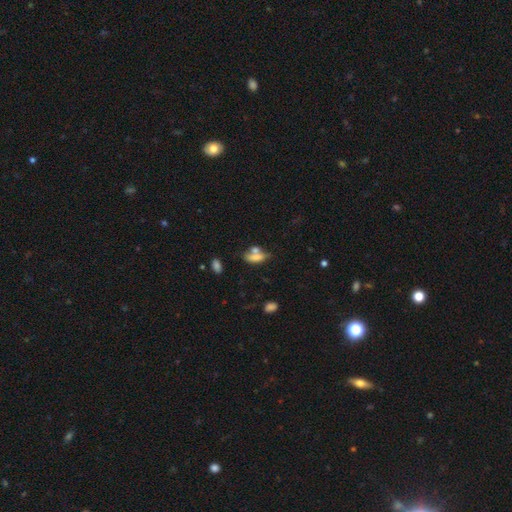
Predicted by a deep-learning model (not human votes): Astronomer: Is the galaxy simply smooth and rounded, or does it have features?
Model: smooth — 68%.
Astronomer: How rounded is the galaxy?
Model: in between — 69%.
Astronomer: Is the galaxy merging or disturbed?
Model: merger — 40% (runner-up: none, 37%).